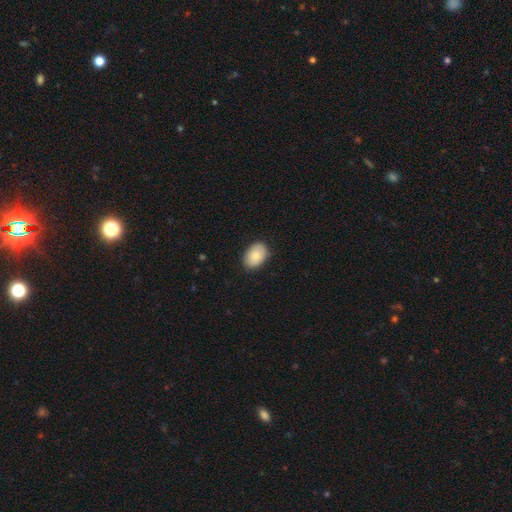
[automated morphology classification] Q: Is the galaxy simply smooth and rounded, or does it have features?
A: smooth — 83%.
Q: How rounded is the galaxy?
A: in between — 86%.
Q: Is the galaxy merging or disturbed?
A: none — 86%.